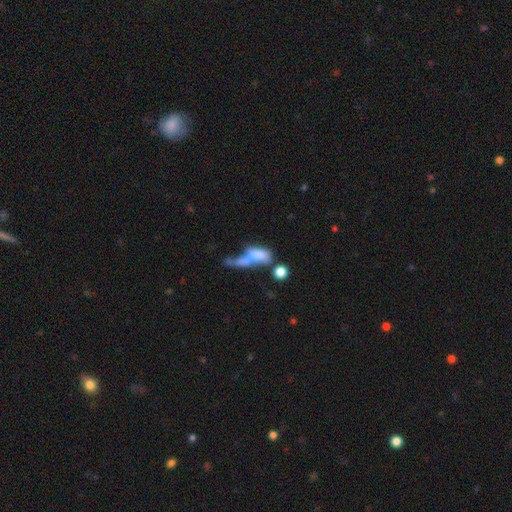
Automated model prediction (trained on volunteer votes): Smooth or featured? smooth (62%)
How rounded? in between (71%)
Merging? merger (56%)